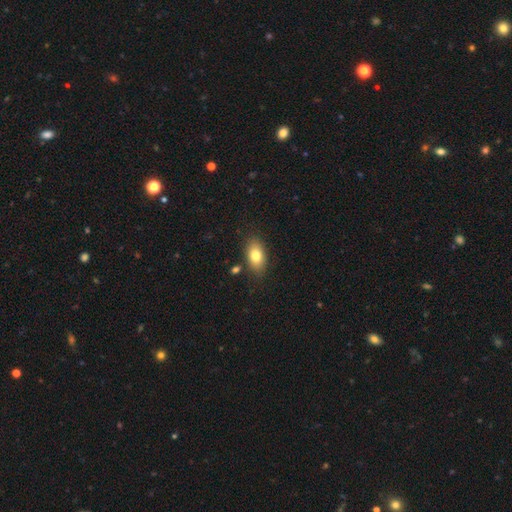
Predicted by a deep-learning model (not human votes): smooth_or_featured: smooth (p=0.79) [alt: featured or disk p=0.13]
how_rounded: in between (p=0.88) [alt: round p=0.08]
merging: none (p=0.82) [alt: minor disturbance p=0.11]